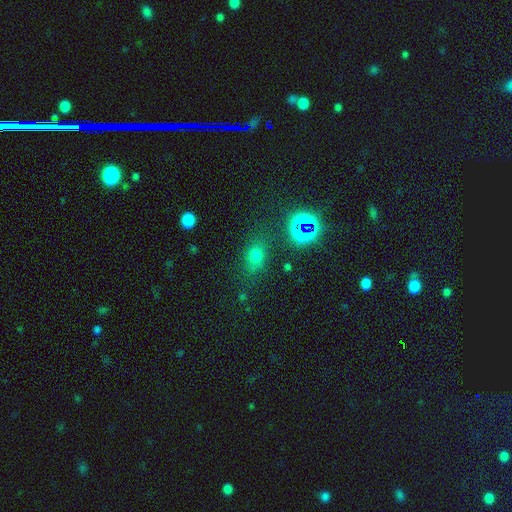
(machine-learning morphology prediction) Smooth or featured: smooth — 66% (star or artifact — 25%)
How rounded: in between — 50% (round — 47%)
Merging: none — 71% (minor disturbance — 17%)